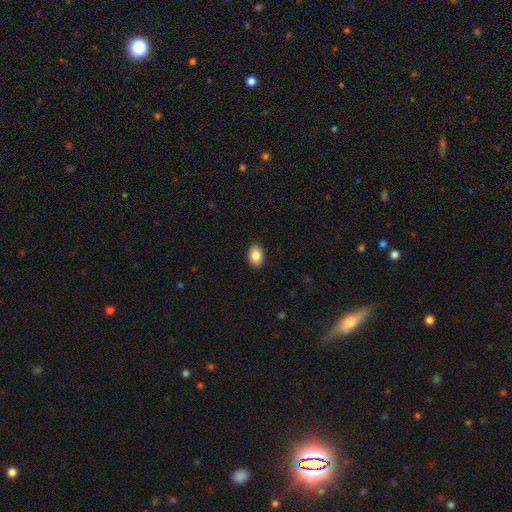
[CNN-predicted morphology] smooth 87%, star or artifact 8%, featured or disk 6%. Down the decision tree: how rounded — in between (84%); merging — none (90%).